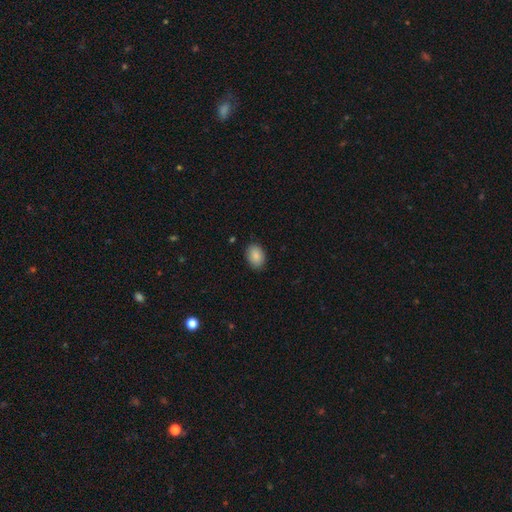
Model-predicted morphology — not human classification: This appears to be a smooth galaxy with no disk features (89%) that is in between round and cigar-shaped (83%). Merging: none (88%).